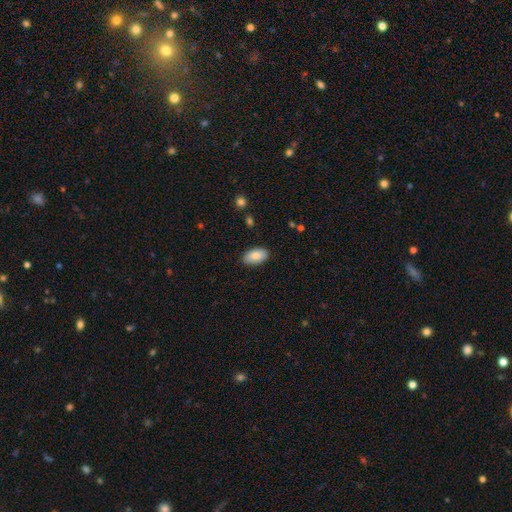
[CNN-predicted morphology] smooth 84%, featured or disk 9%, star or artifact 6%. Down the decision tree: how rounded — in between (95%); merging — none (87%).